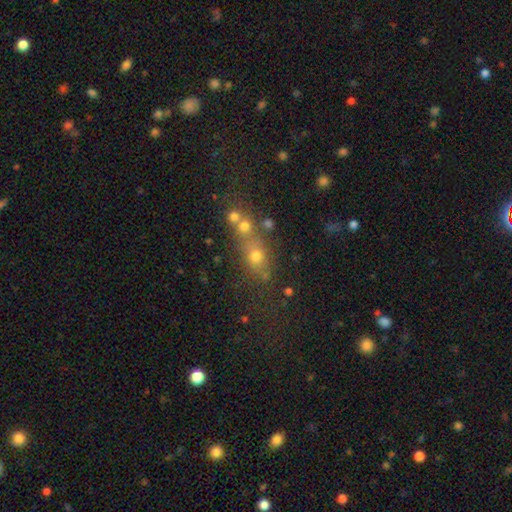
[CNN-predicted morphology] The model was most divided on "merging": none: 45%, merger: 37%, minor disturbance: 11%, major disturbance: 7%. More confident: smooth or featured — smooth (56%); how rounded — round (55%).